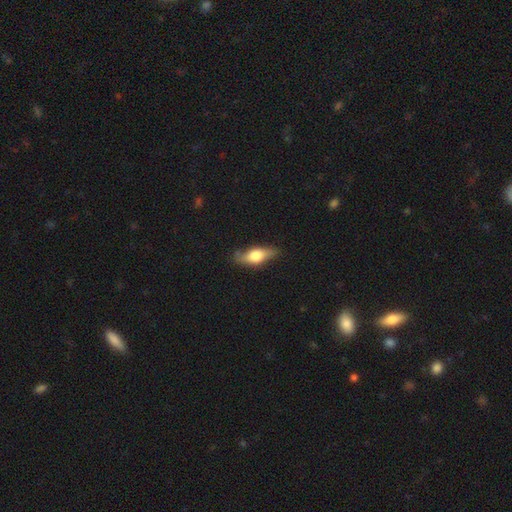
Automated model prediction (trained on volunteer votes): Q: Smooth or featured?
A: smooth (54%); runner-up: featured or disk (40%)
Q: How rounded?
A: in between (64%); runner-up: cigar-shaped (32%)
Q: Merging?
A: none (76%); runner-up: minor disturbance (18%)